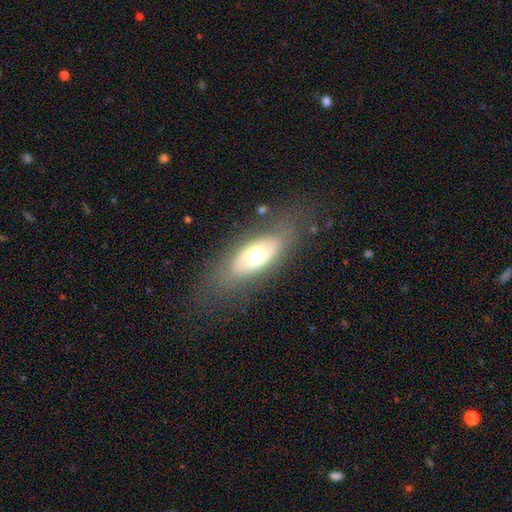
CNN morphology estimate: Smooth or featured? Predicted: smooth (p=0.54). How rounded? Predicted: in between (p=0.81). Merging? Predicted: none (p=0.75).